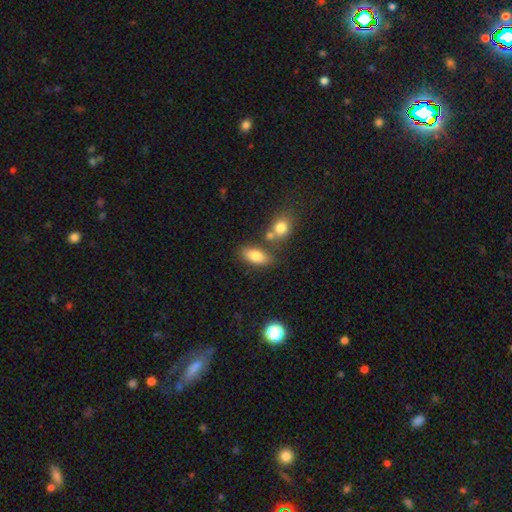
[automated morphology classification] Smooth or featured: smooth — 79% (featured or disk — 12%)
How rounded: in between — 84% (cigar-shaped — 10%)
Merging: none — 65% (merger — 18%)